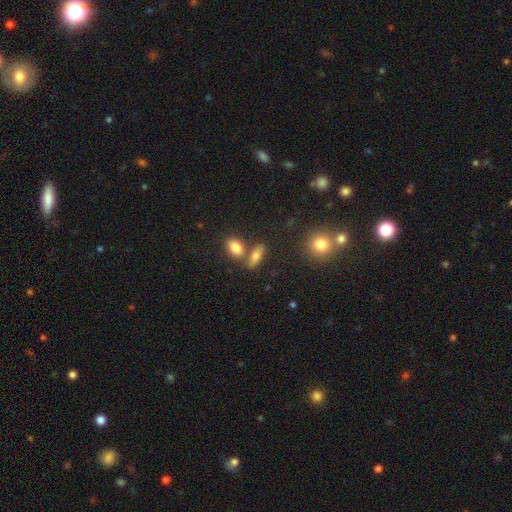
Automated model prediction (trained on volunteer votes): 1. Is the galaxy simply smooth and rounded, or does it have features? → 76% smooth, 14% featured or disk, 10% star or artifact.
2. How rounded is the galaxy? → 74% in between, 18% cigar-shaped, 8% round.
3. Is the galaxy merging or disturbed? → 62% none, 24% merger, 11% minor disturbance, 4% major disturbance.